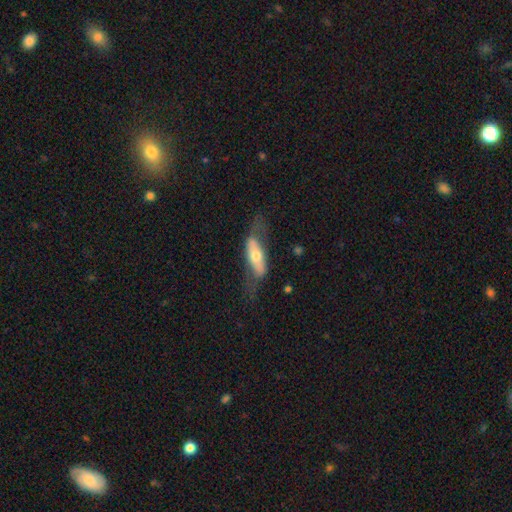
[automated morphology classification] type=featured or disk (52%); edge-on=no (61%); merging=none (52%).